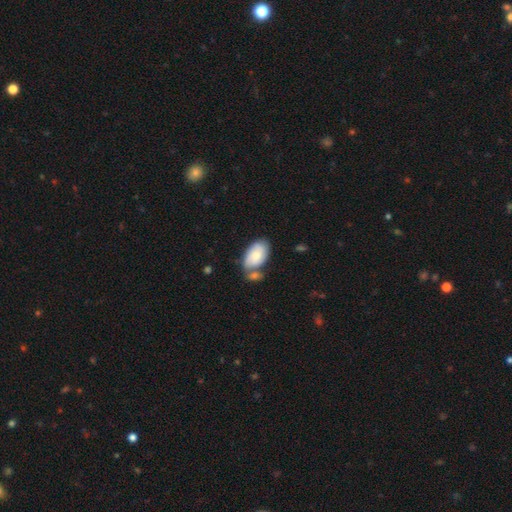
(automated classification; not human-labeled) This appears to be a smooth galaxy with no disk features (68%) that is in between round and cigar-shaped (93%). Merging: none (45%).